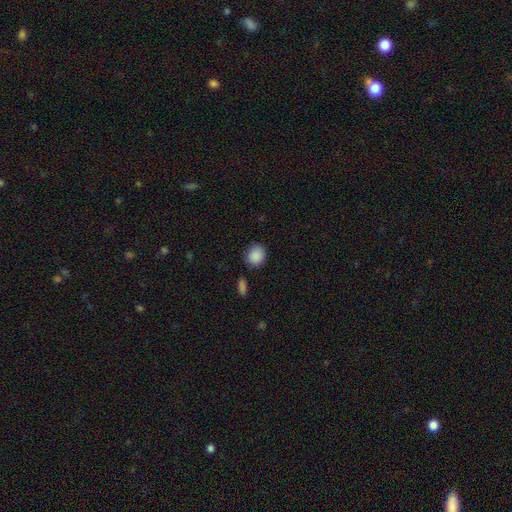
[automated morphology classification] Smooth or featured? smooth (89%)
How rounded? round (70%)
Merging? none (81%)